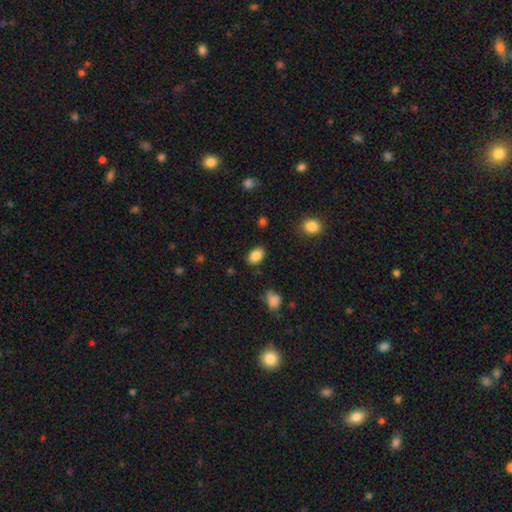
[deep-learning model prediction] Smooth or featured? Predicted: smooth (p=0.85). How rounded? Predicted: in between (p=0.86). Merging? Predicted: none (p=0.83).